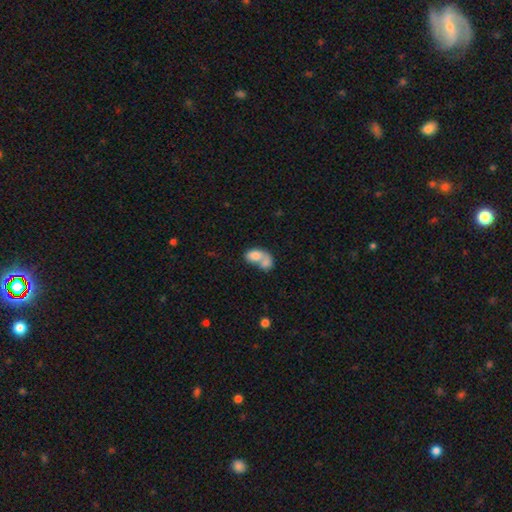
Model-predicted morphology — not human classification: The model was most divided on "smooth or featured": smooth: 73%, featured or disk: 19%, star or artifact: 7%. More confident: how rounded — in between (82%); merging — merger (74%).